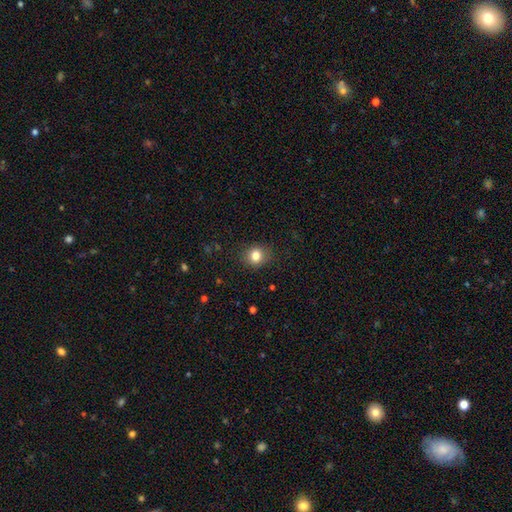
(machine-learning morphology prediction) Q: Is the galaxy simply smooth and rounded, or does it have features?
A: smooth — 82%.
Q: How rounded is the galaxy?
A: round — 75%.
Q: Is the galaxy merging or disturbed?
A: none — 86%.